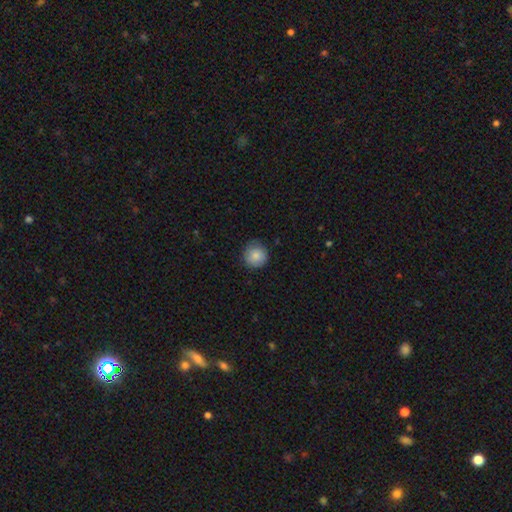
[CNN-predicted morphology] Smooth or featured?
  - smooth: 83% *
  - featured or disk: 9%
  - star or artifact: 8%
How rounded?
  - round: 94% *
  - in between: 5%
  - cigar-shaped: 1%
Merging?
  - none: 82% *
  - minor disturbance: 14%
  - major disturbance: 3%
  - merger: 1%